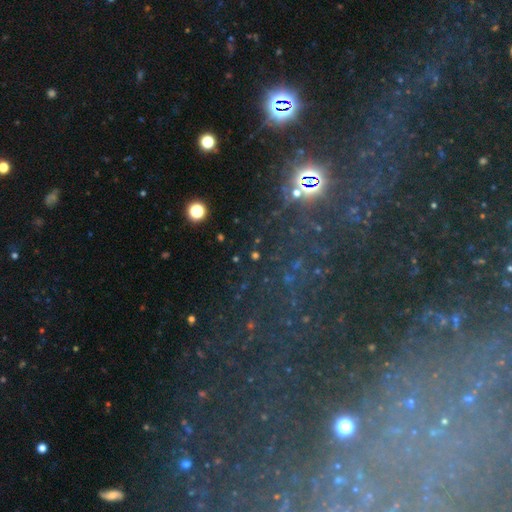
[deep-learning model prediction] Overall: star or artifact (66%).